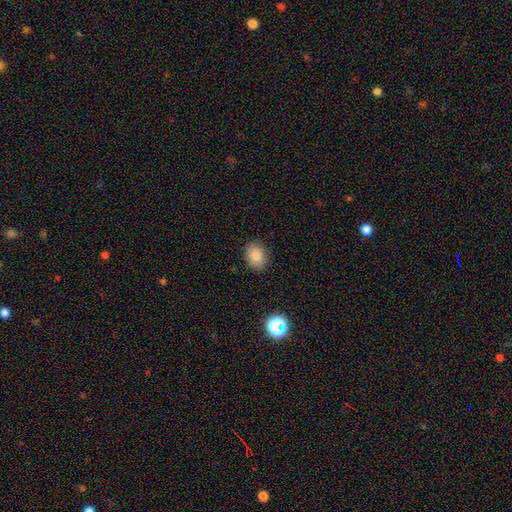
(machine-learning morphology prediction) type=smooth (84%); roundness=in between (56%); merging=none (88%).